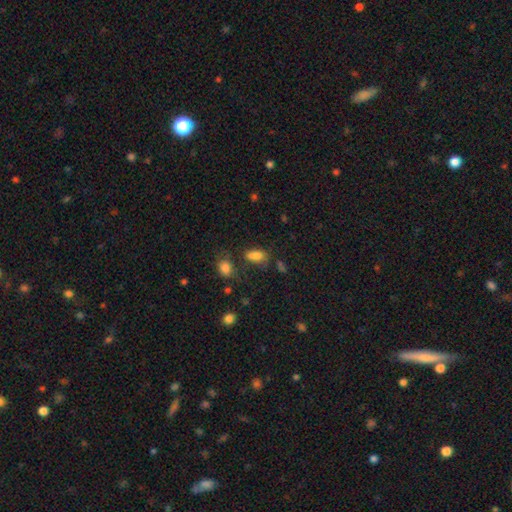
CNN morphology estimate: Overall: smooth (79%). How rounded: in between (85%). Merging: none (51%; minor disturbance 22%).